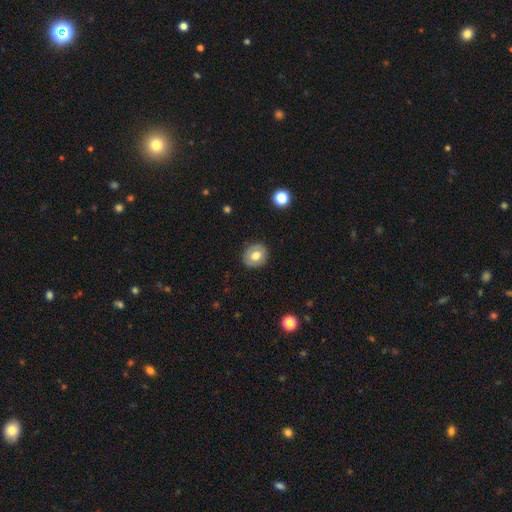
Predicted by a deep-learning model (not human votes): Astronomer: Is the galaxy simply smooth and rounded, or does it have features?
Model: smooth — 69%.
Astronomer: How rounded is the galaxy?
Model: round — 71%.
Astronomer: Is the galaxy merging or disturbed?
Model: none — 86%.